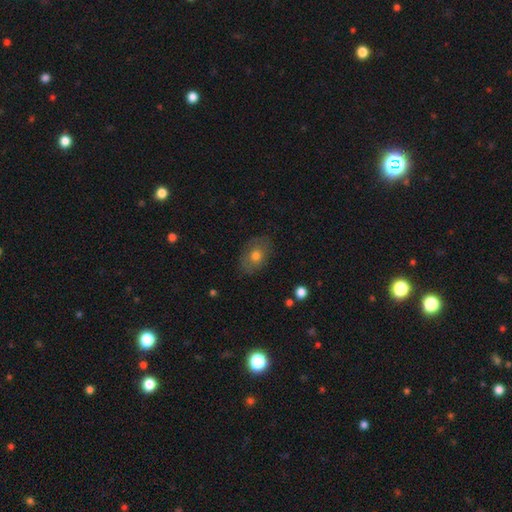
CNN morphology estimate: Q: Smooth or featured?
A: smooth (65%); runner-up: featured or disk (25%)
Q: How rounded?
A: in between (77%); runner-up: round (22%)
Q: Merging?
A: none (82%); runner-up: minor disturbance (13%)